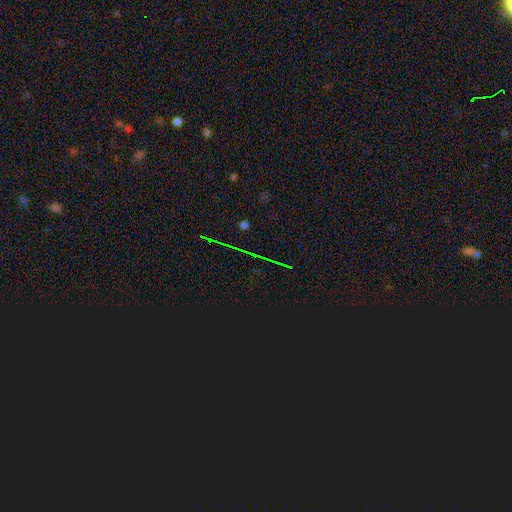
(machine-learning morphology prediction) A star or artifact, not a galaxy (82%).

Vote fractions:
- Smooth or featured? star or artifact: 82% / smooth: 11% / featured or disk: 8%